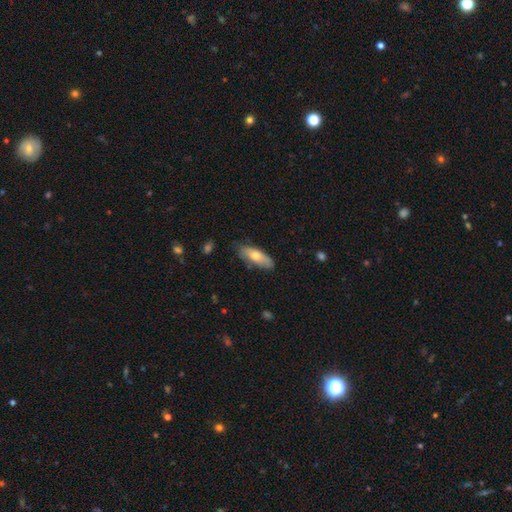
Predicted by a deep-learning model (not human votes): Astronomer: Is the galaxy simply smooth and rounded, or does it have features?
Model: smooth — 68%.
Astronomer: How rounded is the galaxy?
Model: in between — 62%.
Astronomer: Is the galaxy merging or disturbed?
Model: none — 76%.